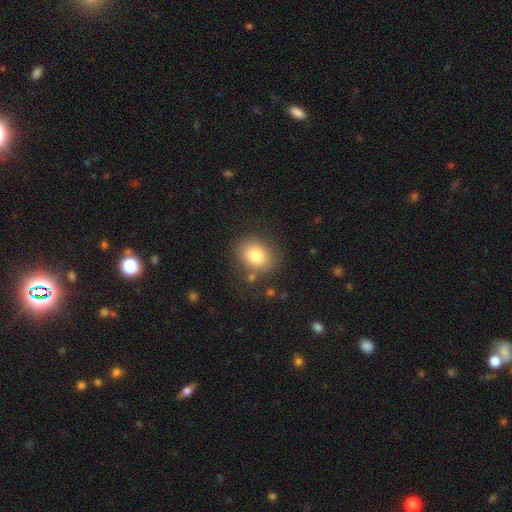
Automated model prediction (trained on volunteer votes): This is likely a smooth galaxy (80%). How rounded: possibly round (54%). Merging: likely none (80%).